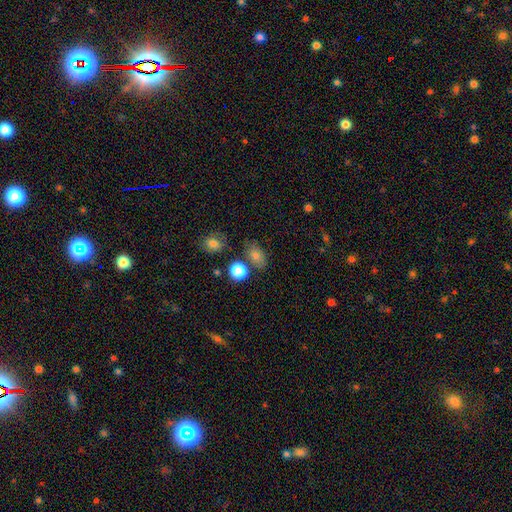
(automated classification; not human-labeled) smooth_or_featured: smooth (p=0.76) [alt: star or artifact p=0.13]
how_rounded: in between (p=0.71) [alt: round p=0.27]
merging: none (p=0.70) [alt: minor disturbance p=0.15]